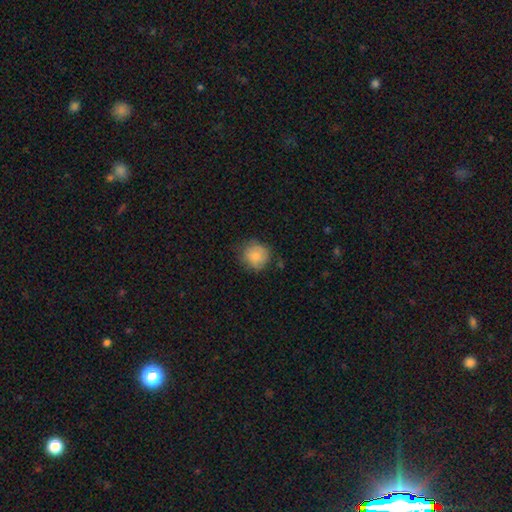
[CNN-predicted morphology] Q: Smooth or featured?
A: smooth (81%); runner-up: featured or disk (12%)
Q: How rounded?
A: round (89%); runner-up: in between (10%)
Q: Merging?
A: none (70%); runner-up: minor disturbance (23%)